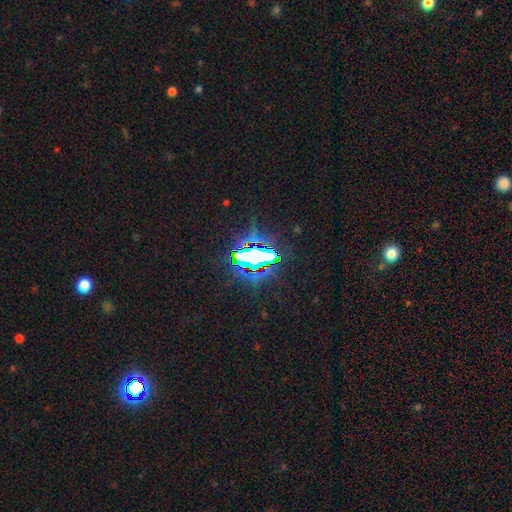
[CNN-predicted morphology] This is likely a star or artifact rather than a galaxy (70%).